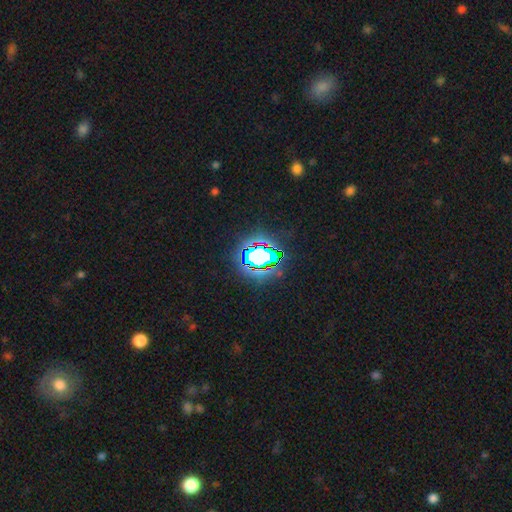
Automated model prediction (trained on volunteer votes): star or artifact 67%, smooth 19%, featured or disk 14%.